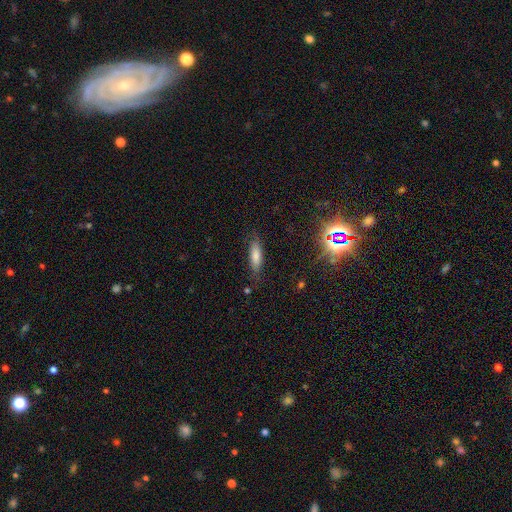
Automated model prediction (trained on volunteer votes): smooth_or_featured: smooth (p=0.69) [alt: featured or disk p=0.17]
how_rounded: cigar-shaped (p=0.56) [alt: in between p=0.42]
merging: none (p=0.79) [alt: minor disturbance p=0.15]